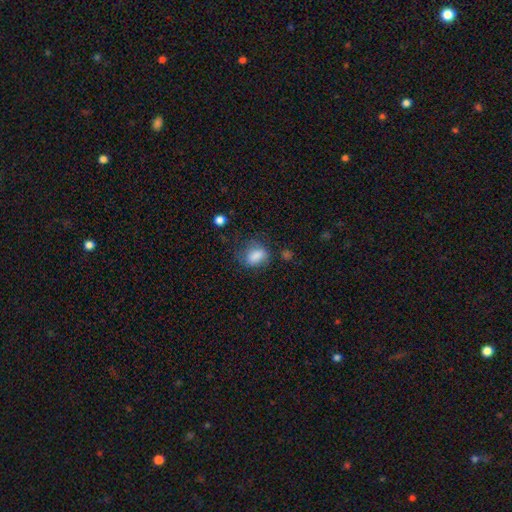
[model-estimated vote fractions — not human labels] A smooth galaxy with no disk features (80%) that is in between round and cigar-shaped (74%). Merging: none (51%).